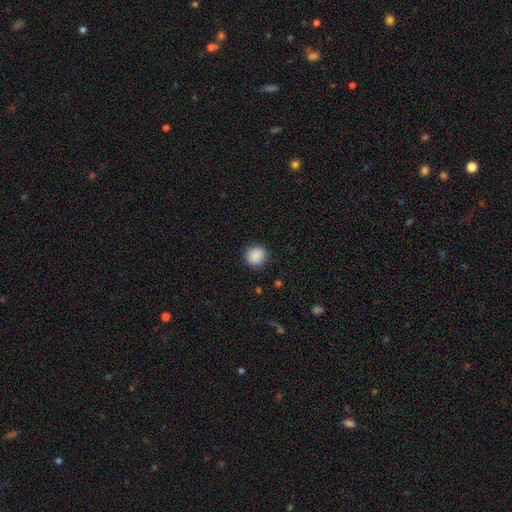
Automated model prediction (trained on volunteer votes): Smooth or featured: smooth — 89% (star or artifact — 8%)
How rounded: round — 89% (in between — 10%)
Merging: none — 89% (minor disturbance — 7%)